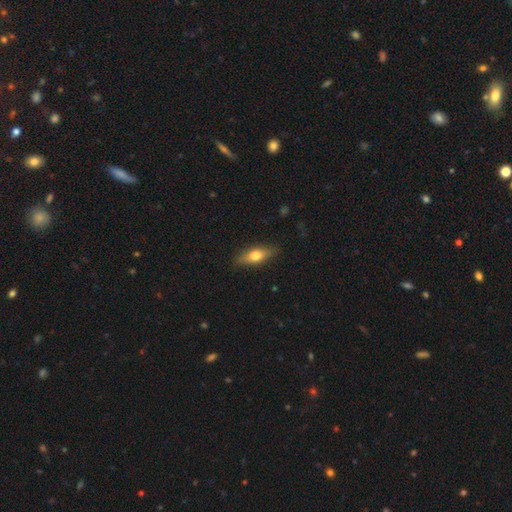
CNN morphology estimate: Smooth or featured? Predicted: smooth (p=0.64). How rounded? Predicted: in between (p=0.63). Merging? Predicted: none (p=0.85).